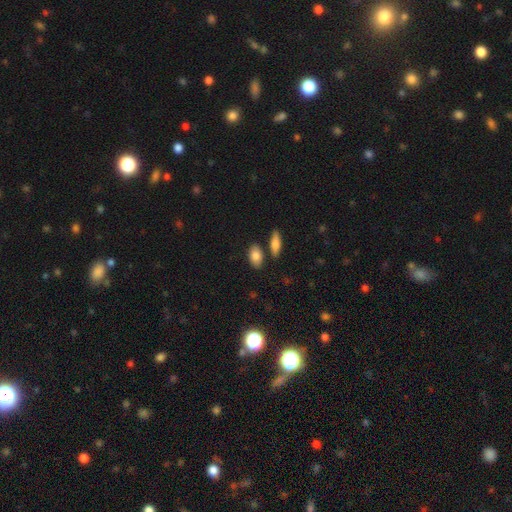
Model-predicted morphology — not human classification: type=smooth (82%); roundness=in between (89%); merging=none (77%).